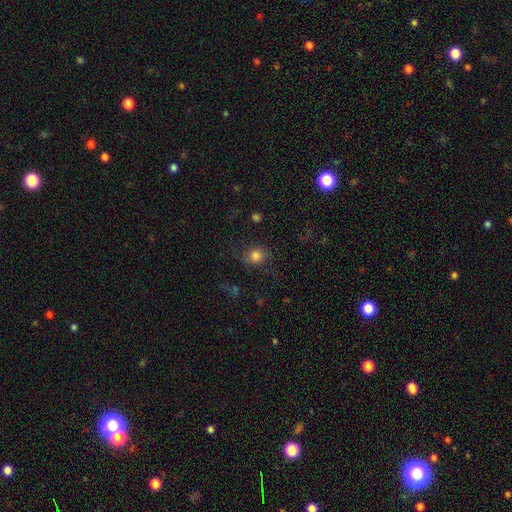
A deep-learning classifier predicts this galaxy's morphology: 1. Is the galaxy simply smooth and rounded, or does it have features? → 70% smooth, 16% featured or disk, 13% star or artifact.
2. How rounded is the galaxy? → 70% round, 28% in between, 1% cigar-shaped.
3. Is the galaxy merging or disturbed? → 66% none, 18% minor disturbance, 14% major disturbance, 2% merger.